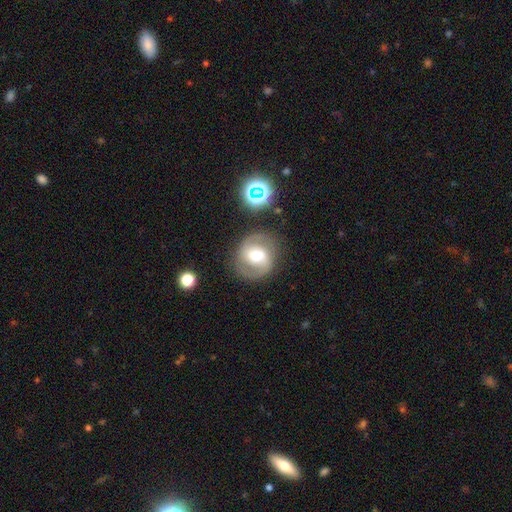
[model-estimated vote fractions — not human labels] featured or disk 71%, smooth 21%, star or artifact 8%. Down the decision tree: edge-on disk — no (97%); bar — weak (45%); spiral arms — yes (88%); spiral arm count — 2 (89%); spiral winding — medium (52%); bulge size — moderate (63%); merging — none (81%).